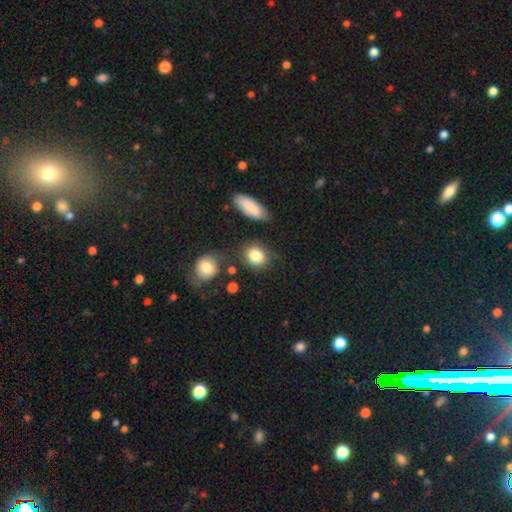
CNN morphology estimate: A smooth galaxy with no disk features (84%) that is round (58%). Merging: none (73%).